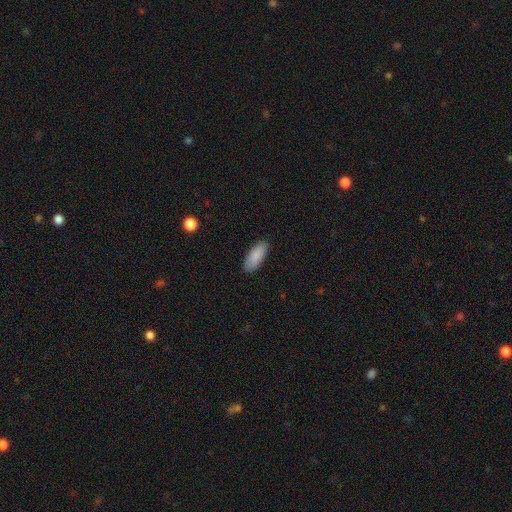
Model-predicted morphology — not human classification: Smooth or featured: smooth — 89% (star or artifact — 6%)
How rounded: in between — 78% (cigar-shaped — 20%)
Merging: none — 88% (minor disturbance — 9%)